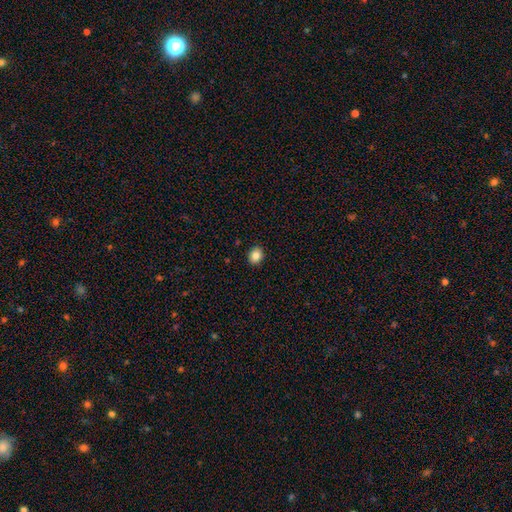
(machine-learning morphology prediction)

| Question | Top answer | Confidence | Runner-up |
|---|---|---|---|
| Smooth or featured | smooth | 84% | star or artifact (10%) |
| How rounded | round | 62% | in between (37%) |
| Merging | none | 91% | minor disturbance (7%) |